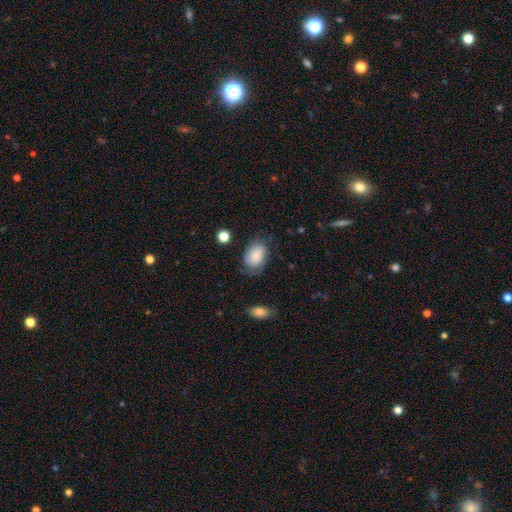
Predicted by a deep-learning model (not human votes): Smooth or featured: smooth — 77% (featured or disk — 16%)
How rounded: in between — 83% (round — 16%)
Merging: none — 59% (minor disturbance — 26%)